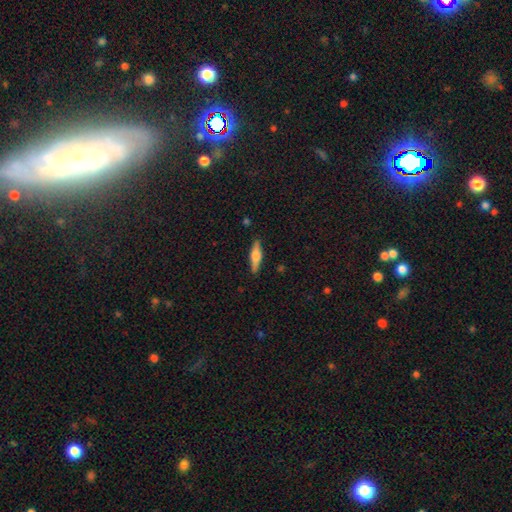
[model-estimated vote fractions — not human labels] Smooth or featured? Predicted: featured or disk (p=0.49). Merging? Predicted: none (p=0.88).